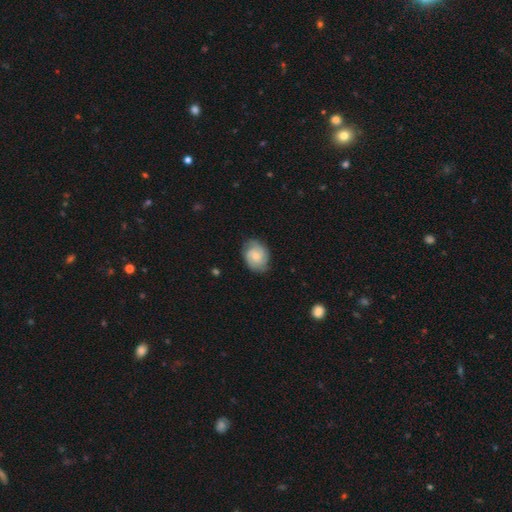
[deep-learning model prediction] Smooth or featured: featured or disk — 62% (smooth — 31%)
Edge-on disk: no — 97% (yes — 3%)
Bar: no — 58% (weak — 37%)
Spiral arms: yes — 94% (no — 6%)
Spiral winding: tight — 49% (medium — 40%)
Spiral arm count: 2 — 40% (3 — 26%)
Bulge size: small — 46% (moderate — 38%)
Merging: none — 78% (minor disturbance — 17%)